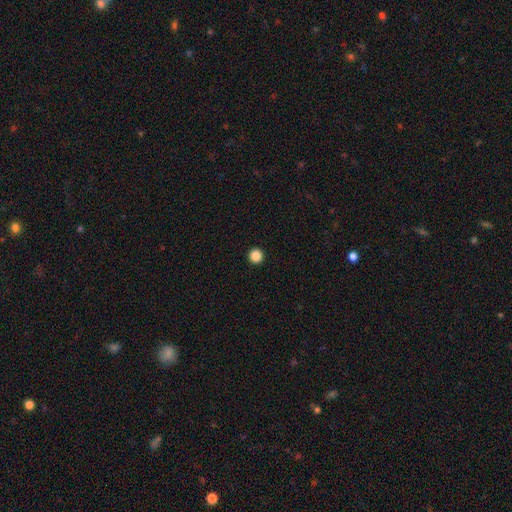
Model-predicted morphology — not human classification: A smooth galaxy with no disk features (87%) that is round (96%).

Vote fractions:
- Smooth or featured? smooth: 87% / star or artifact: 11% / featured or disk: 3%
- How rounded? round: 96% / in between: 3% / cigar-shaped: 1%
- Merging? none: 94% / minor disturbance: 3% / major disturbance: 1% / merger: 1%